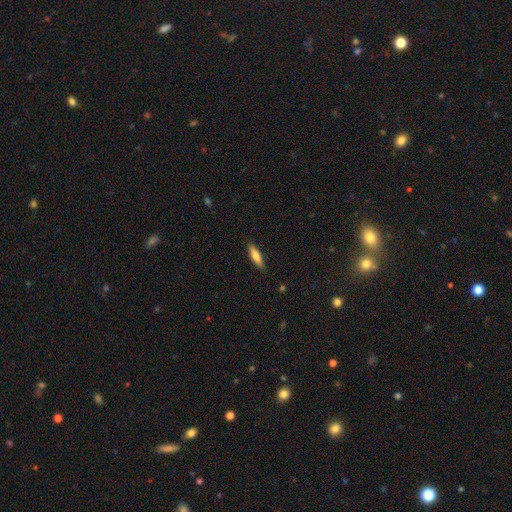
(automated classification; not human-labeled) smooth-or-featured: smooth: 70% | featured or disk: 24% | star or artifact: 6%
  how-rounded: cigar-shaped: 68% | in between: 30% | round: 2%
  merging: none: 87% | minor disturbance: 10% | major disturbance: 2% | merger: 1%